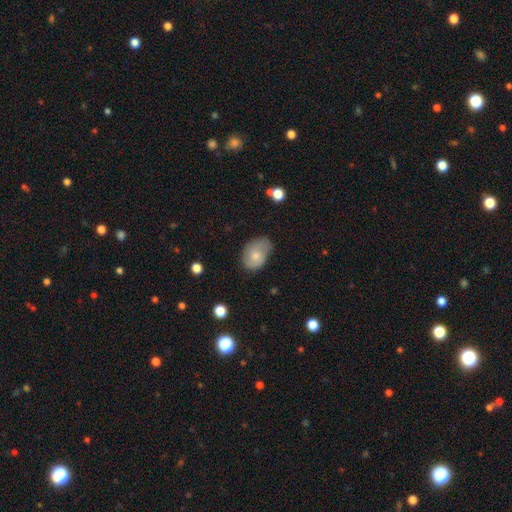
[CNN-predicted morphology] A smooth galaxy with no disk features (63%) that is in between round and cigar-shaped (75%). Merging: none (52%).